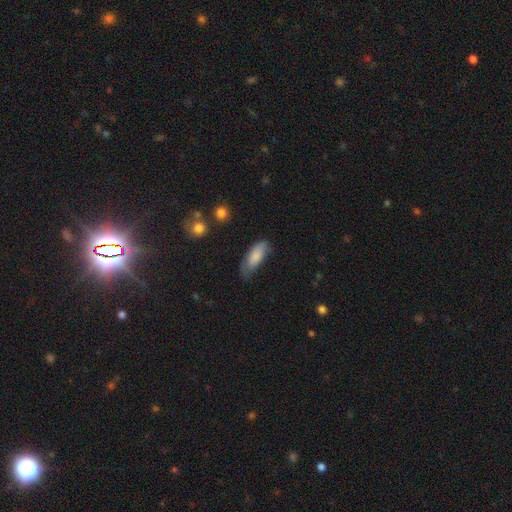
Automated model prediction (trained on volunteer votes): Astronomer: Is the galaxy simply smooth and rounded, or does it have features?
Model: smooth — 80%.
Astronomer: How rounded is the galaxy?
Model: in between — 76%.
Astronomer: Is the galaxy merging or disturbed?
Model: none — 52% (runner-up: minor disturbance, 36%).